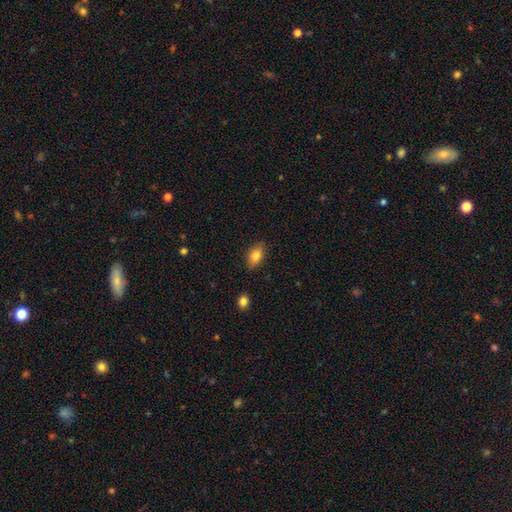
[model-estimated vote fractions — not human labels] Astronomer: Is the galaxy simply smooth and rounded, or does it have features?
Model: smooth — 82%.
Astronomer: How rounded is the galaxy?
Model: in between — 87%.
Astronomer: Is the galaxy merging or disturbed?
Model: none — 85%.